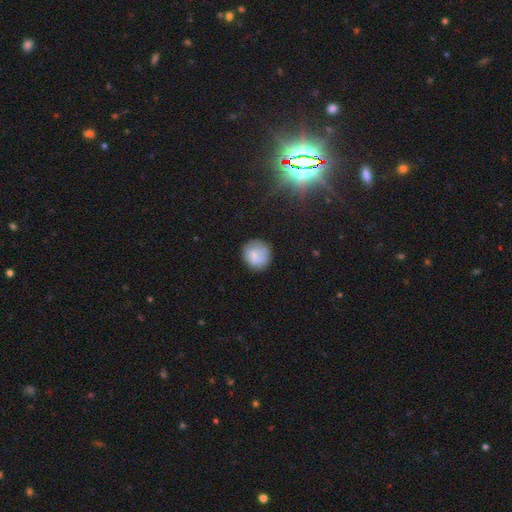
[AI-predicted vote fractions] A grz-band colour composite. It shows a smooth galaxy with no disk features (76%) that is round (88%). Merging: none (74%).